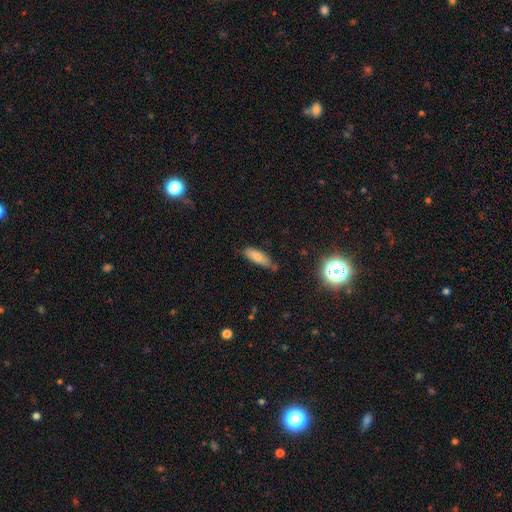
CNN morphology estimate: smooth-or-featured: smooth: 78% | featured or disk: 13% | star or artifact: 9%
  how-rounded: in between: 60% | cigar-shaped: 38% | round: 2%
  merging: none: 58% | minor disturbance: 31% | major disturbance: 6% | merger: 5%